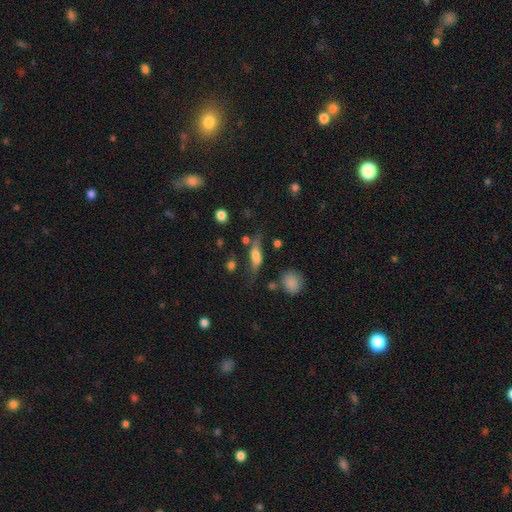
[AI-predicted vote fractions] This appears to be a smooth galaxy with no disk features (49%). Merging: none (60%).